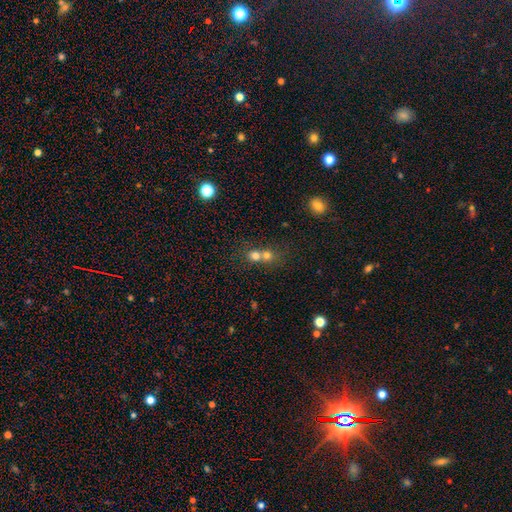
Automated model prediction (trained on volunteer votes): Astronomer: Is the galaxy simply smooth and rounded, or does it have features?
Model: smooth — 72%.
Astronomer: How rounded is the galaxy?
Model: round — 83%.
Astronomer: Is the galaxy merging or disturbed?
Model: merger — 61%.